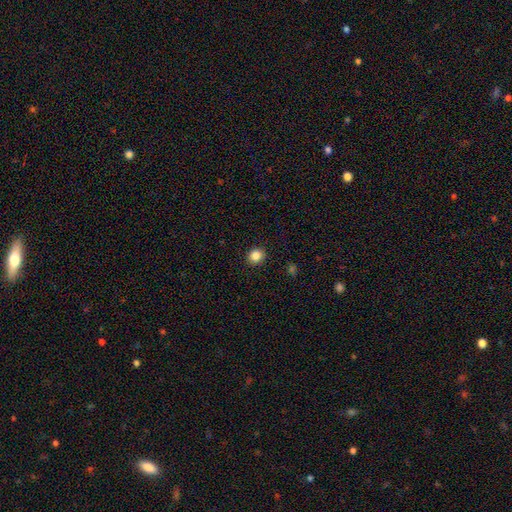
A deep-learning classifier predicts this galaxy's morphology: smooth_or_featured: smooth (p=0.85) [alt: star or artifact p=0.11]
how_rounded: round (p=0.83) [alt: in between p=0.16]
merging: none (p=0.92) [alt: minor disturbance p=0.05]